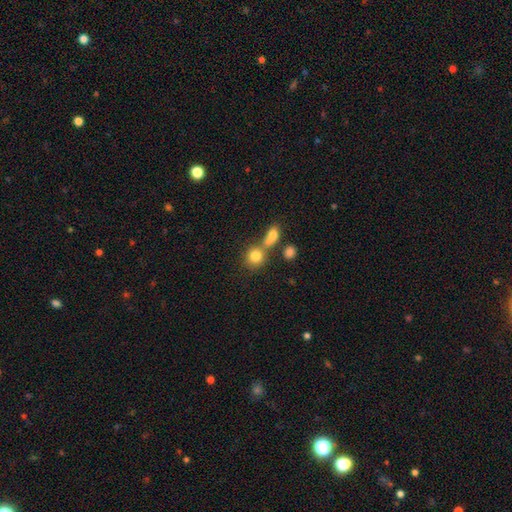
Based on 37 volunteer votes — Smooth or featured: smooth — 65% (featured or disk — 32%)
How rounded: round — 71% (in between — 29%)
Merging: merger — 50% (none — 39%)